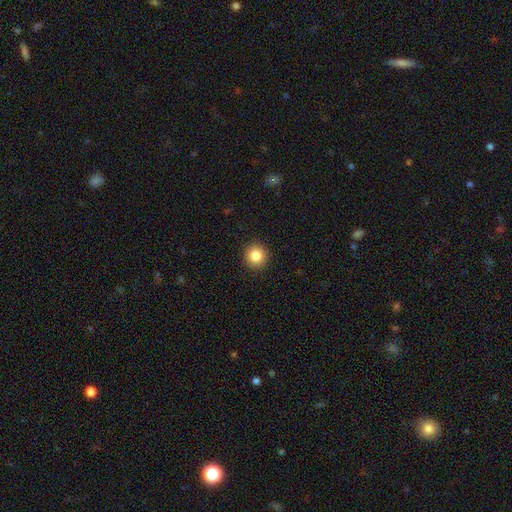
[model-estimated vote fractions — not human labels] A smooth galaxy with no disk features (85%) that is round (94%). Merging: none (93%).